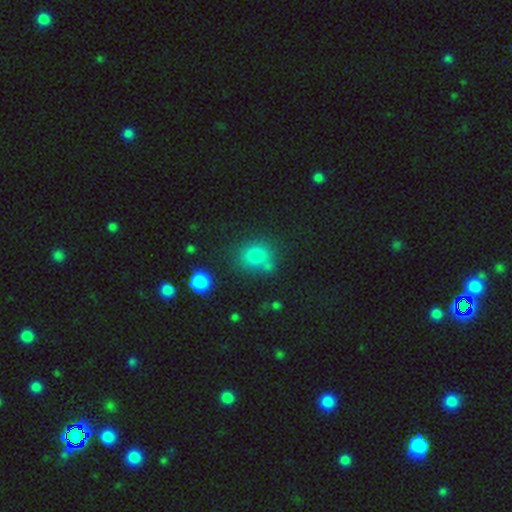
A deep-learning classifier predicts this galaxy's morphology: smooth 78%, star or artifact 15%, featured or disk 7%. Down the decision tree: how rounded — round (71%); merging — none (66%).